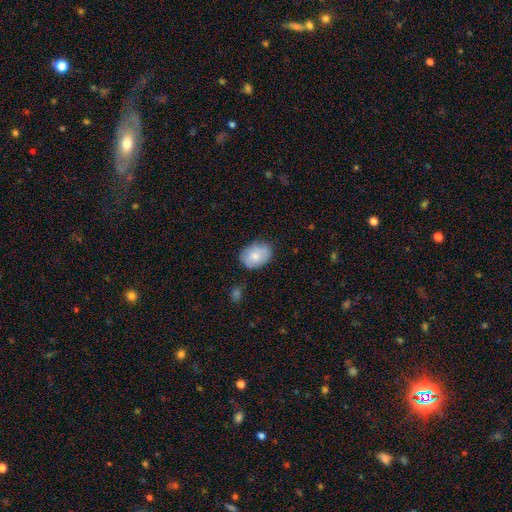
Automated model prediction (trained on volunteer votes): This is likely a smooth galaxy (75%). How rounded: likely in between (75%). Merging: likely none (70%).